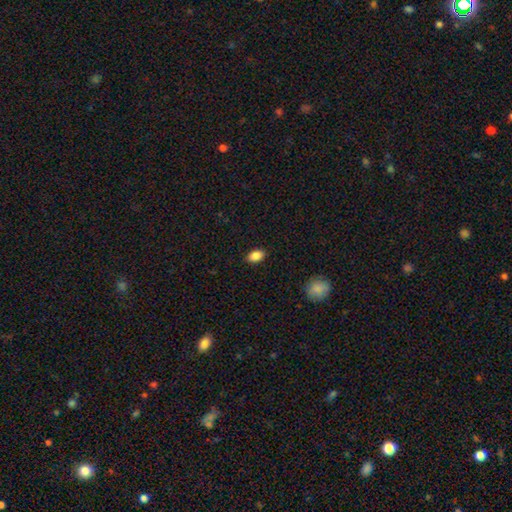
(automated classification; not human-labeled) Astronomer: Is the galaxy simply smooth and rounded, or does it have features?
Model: smooth — 87%.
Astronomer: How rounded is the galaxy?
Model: in between — 88%.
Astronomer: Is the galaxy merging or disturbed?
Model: none — 88%.